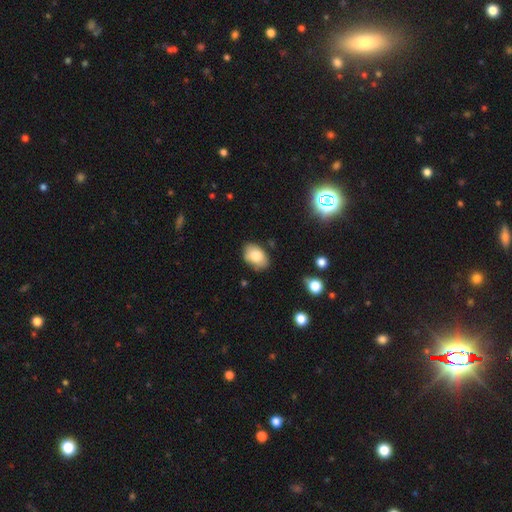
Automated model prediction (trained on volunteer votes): Smooth or featured?
  - smooth: 79% *
  - featured or disk: 13%
  - star or artifact: 8%
How rounded?
  - in between: 85% *
  - round: 14%
  - cigar-shaped: 1%
Merging?
  - none: 77% *
  - minor disturbance: 18%
  - major disturbance: 3%
  - merger: 2%